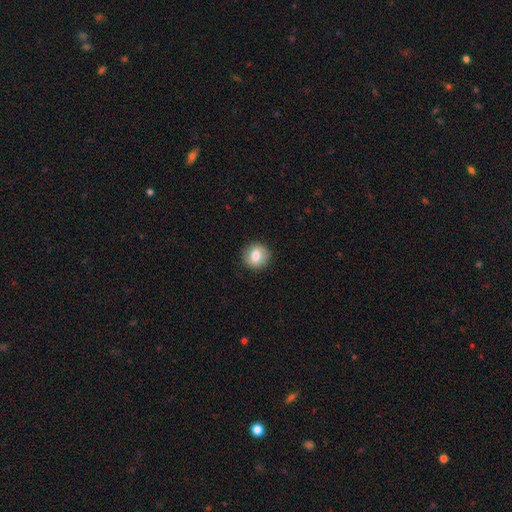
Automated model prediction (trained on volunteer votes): Smooth or featured? Predicted: smooth (p=0.79). How rounded? Predicted: round (p=0.89). Merging? Predicted: none (p=0.89).